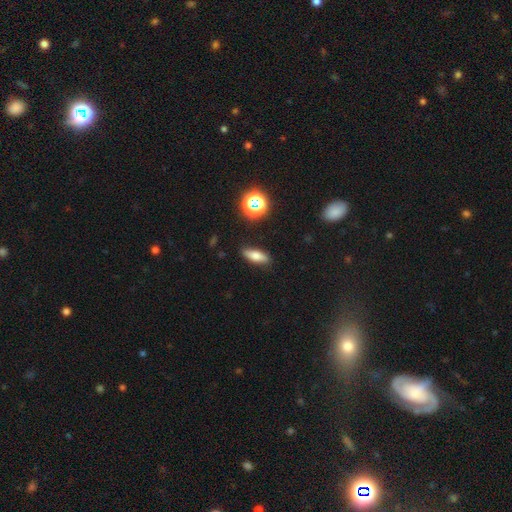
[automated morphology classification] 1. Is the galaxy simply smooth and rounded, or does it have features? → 68% smooth, 21% featured or disk, 11% star or artifact.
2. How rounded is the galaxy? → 57% in between, 39% cigar-shaped, 5% round.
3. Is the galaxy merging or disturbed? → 85% none, 11% minor disturbance, 2% major disturbance, 2% merger.